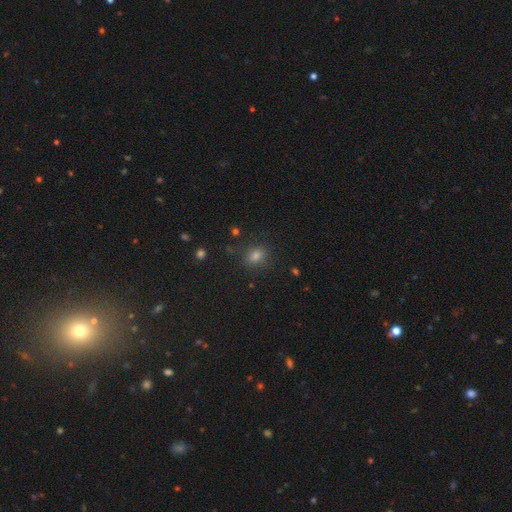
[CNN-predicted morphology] This is likely a smooth galaxy (72%). How rounded: likely round (60%). Merging: clearly none (84%).